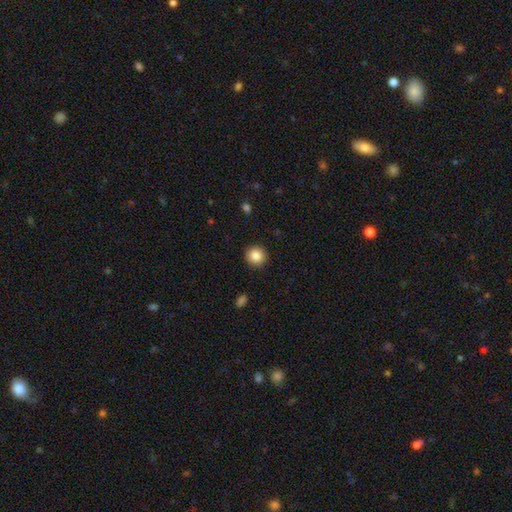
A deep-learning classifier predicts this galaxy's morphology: The model was most divided on "smooth or featured": smooth: 86%, star or artifact: 9%, featured or disk: 5%. More confident: how rounded — round (93%); merging — none (92%).